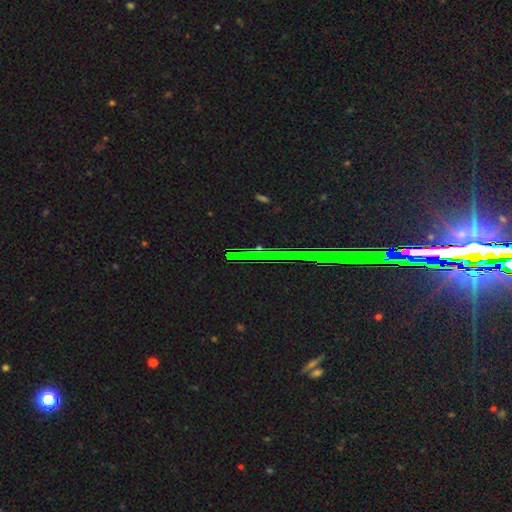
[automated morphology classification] smooth_or_featured: star or artifact (p=0.84) [alt: featured or disk p=0.09]